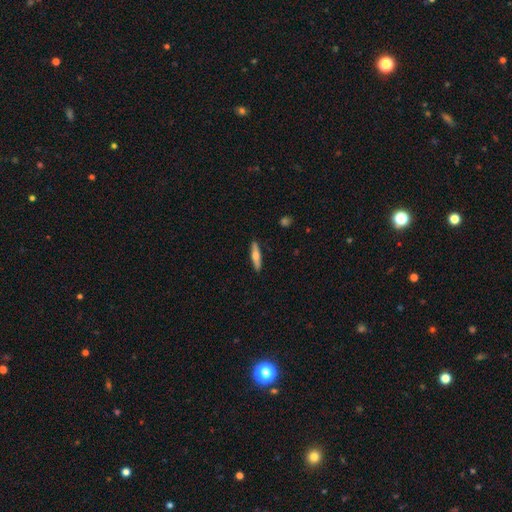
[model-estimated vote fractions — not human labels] Smooth or featured? Predicted: smooth (p=0.56). How rounded? Predicted: cigar-shaped (p=0.80). Merging? Predicted: none (p=0.90).